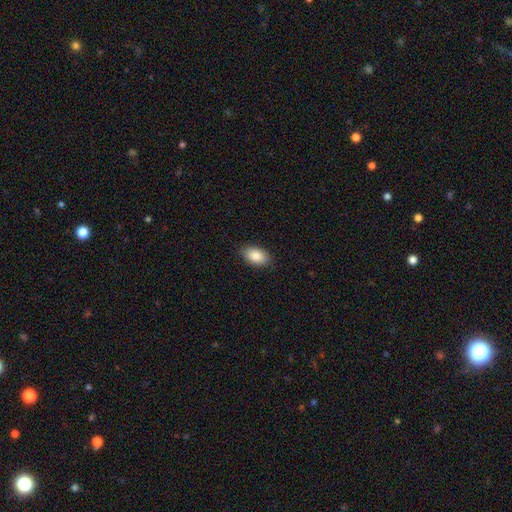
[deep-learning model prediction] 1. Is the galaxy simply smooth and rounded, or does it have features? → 86% smooth, 7% star or artifact, 7% featured or disk.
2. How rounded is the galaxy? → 92% in between, 7% round, 2% cigar-shaped.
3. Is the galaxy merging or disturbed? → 88% none, 9% minor disturbance, 2% major disturbance, 1% merger.